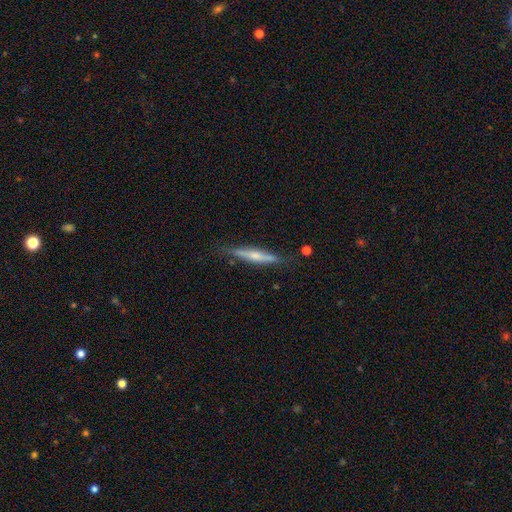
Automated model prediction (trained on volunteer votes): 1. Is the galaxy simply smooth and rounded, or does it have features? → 53% featured or disk, 41% smooth, 6% star or artifact.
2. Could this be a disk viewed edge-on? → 94% yes, 6% no.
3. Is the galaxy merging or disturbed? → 79% none, 16% minor disturbance, 3% major disturbance, 2% merger.